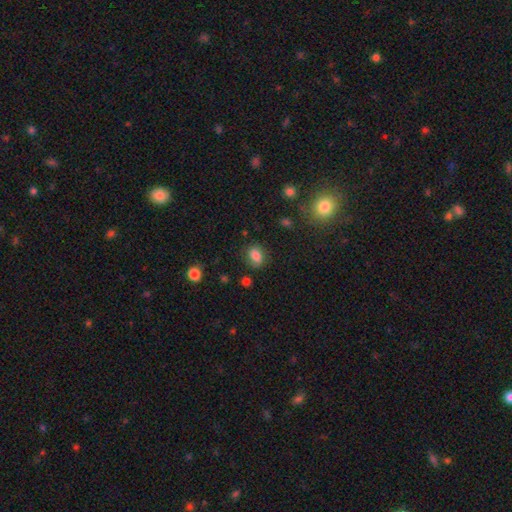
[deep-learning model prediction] A smooth galaxy with no disk features (79%) that is in between round and cigar-shaped (65%). Merging: none (75%).